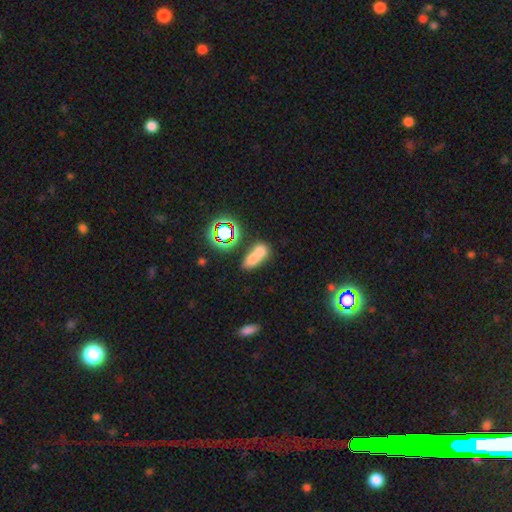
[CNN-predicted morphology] This is likely a smooth galaxy (66%). How rounded: likely in between (68%). Merging: likely merger (61%).